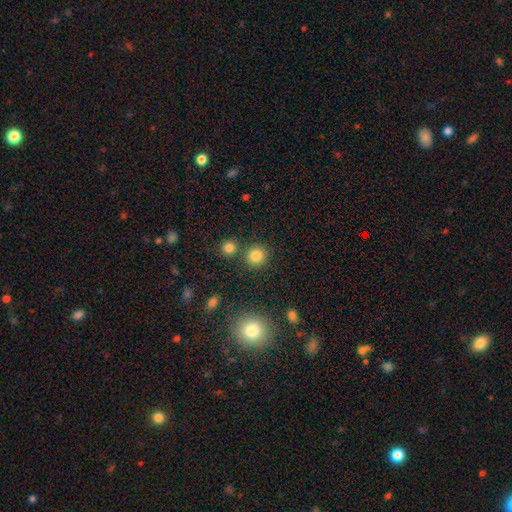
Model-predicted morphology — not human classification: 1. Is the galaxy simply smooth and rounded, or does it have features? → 83% smooth, 12% star or artifact, 4% featured or disk.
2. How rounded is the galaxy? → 91% round, 8% in between, 1% cigar-shaped.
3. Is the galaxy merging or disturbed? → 82% none, 9% merger, 7% minor disturbance, 3% major disturbance.